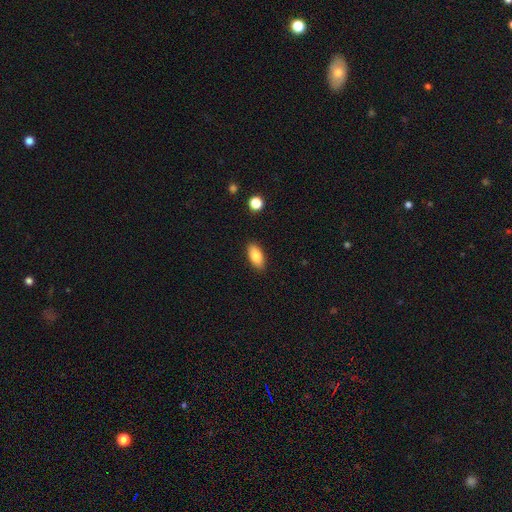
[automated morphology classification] Q: Smooth or featured?
A: smooth (84%); runner-up: featured or disk (9%)
Q: How rounded?
A: in between (89%); runner-up: cigar-shaped (8%)
Q: Merging?
A: none (89%); runner-up: minor disturbance (8%)